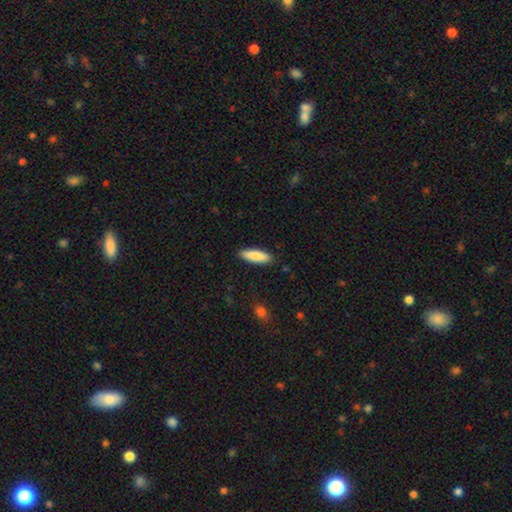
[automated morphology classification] A smooth galaxy with no disk features (86%) that is cigar-shaped (52%). Merging: none (89%).